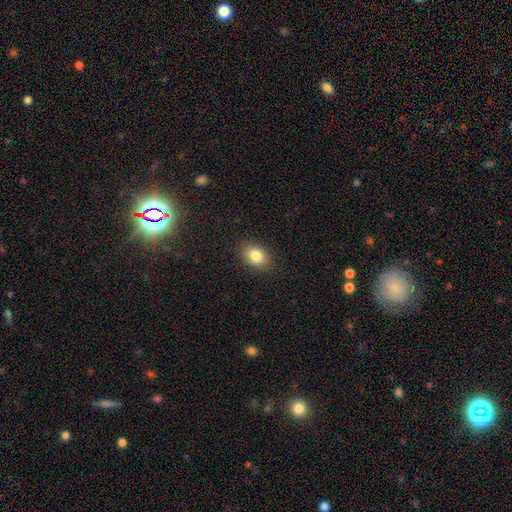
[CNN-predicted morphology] smooth-or-featured: smooth: 83% | star or artifact: 9% | featured or disk: 7%
  how-rounded: in between: 76% | round: 23% | cigar-shaped: 1%
  merging: none: 87% | minor disturbance: 9% | major disturbance: 3% | merger: 1%